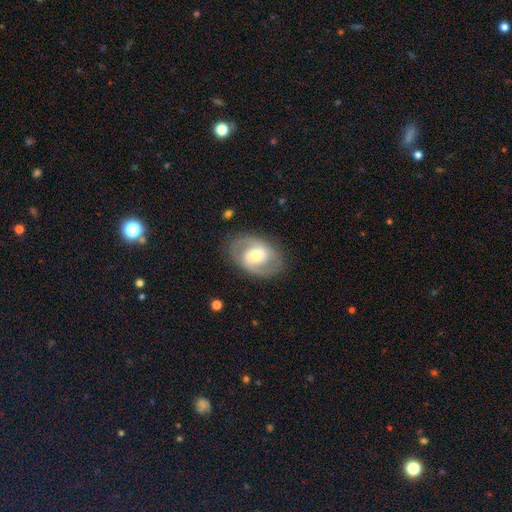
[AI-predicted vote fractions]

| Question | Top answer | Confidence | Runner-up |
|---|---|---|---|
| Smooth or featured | featured or disk | 65% | smooth (29%) |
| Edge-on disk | no | 95% | yes (5%) |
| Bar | weak | 42% | no (39%) |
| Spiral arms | yes | 74% | no (26%) |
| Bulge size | moderate | 63% | small (25%) |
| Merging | none | 81% | minor disturbance (12%) |